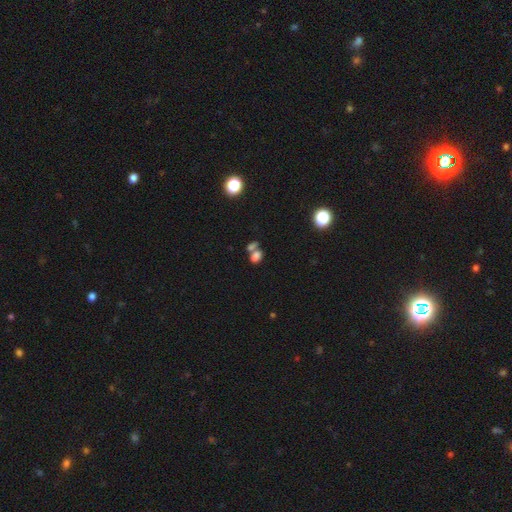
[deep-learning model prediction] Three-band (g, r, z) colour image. It shows a smooth galaxy with no disk features (74%) that is in between round and cigar-shaped (80%). Merging: merger (56%).